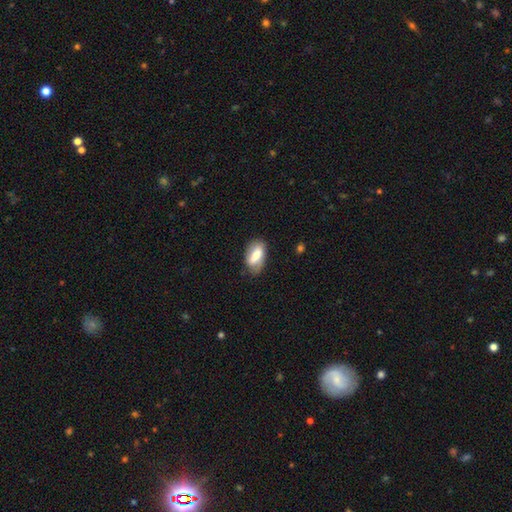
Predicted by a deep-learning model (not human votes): This is likely a smooth galaxy (64%). How rounded: clearly in between (90%). Merging: likely none (62%).